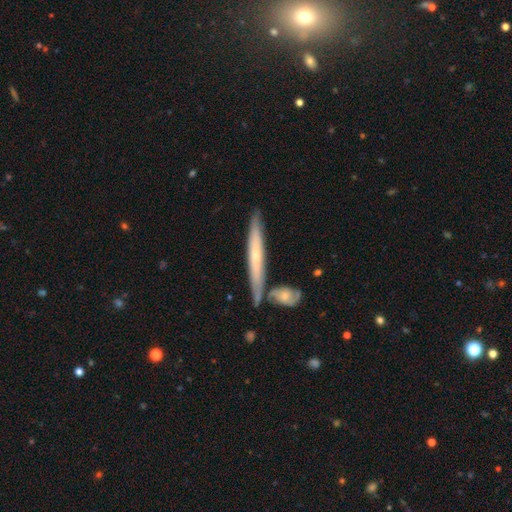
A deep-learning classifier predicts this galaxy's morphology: featured or disk 56%, smooth 39%, star or artifact 5%. Down the decision tree: edge-on disk — yes (88%); merging — none (77%).